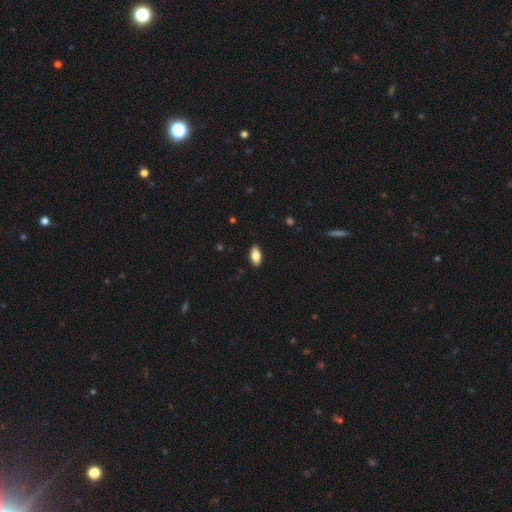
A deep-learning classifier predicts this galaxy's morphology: This is clearly a smooth galaxy (83%). How rounded: clearly in between (91%). Merging: clearly none (89%).